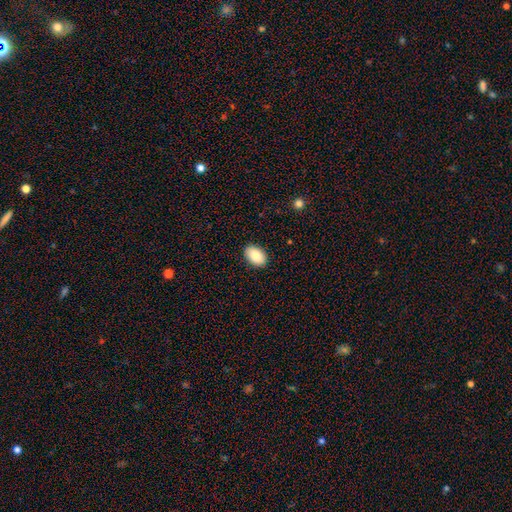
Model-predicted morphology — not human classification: A smooth galaxy with no disk features (88%) that is in between round and cigar-shaped (92%).

Vote fractions:
- Smooth or featured? smooth: 88% / star or artifact: 7% / featured or disk: 5%
- How rounded? in between: 92% / round: 7% / cigar-shaped: 1%
- Merging? none: 90% / minor disturbance: 8% / major disturbance: 2% / merger: 1%